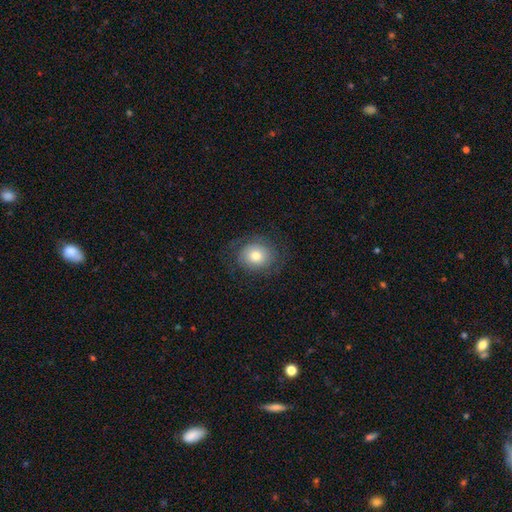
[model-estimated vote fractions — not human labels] Smooth or featured? Predicted: smooth (p=0.67). How rounded? Predicted: round (p=0.73). Merging? Predicted: none (p=0.77).